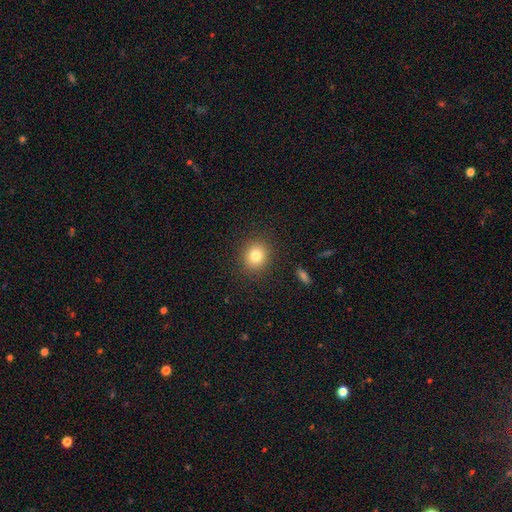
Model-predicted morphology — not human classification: The model was most divided on "how rounded": round: 80%, in between: 19%, cigar-shaped: 1%. More confident: merging — none (89%); smooth or featured — smooth (80%).